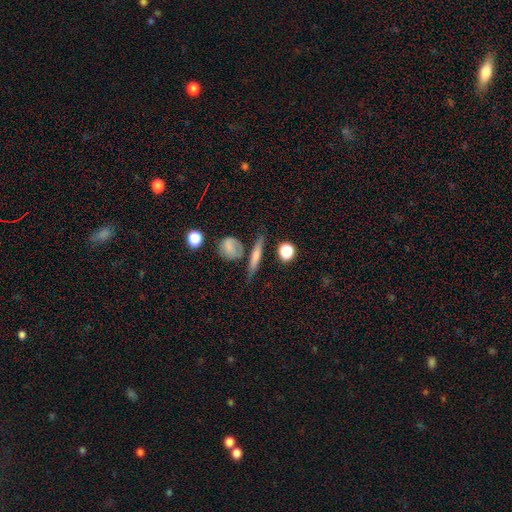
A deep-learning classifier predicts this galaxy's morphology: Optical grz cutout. It shows a smooth galaxy with no disk features (59%) that is cigar-shaped (68%). Merging: none (74%).